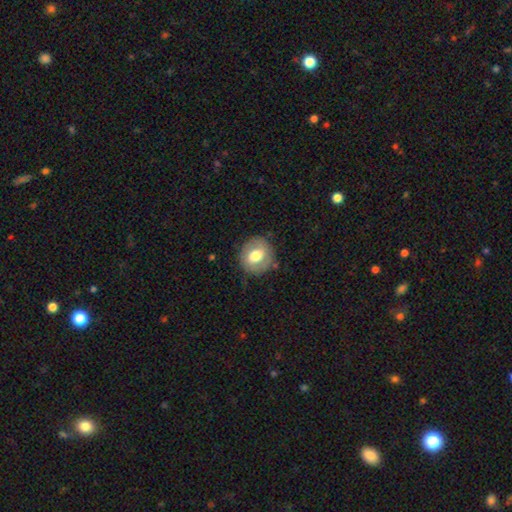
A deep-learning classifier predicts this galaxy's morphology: The model was most divided on "smooth or featured": smooth: 61%, featured or disk: 32%, star or artifact: 7%. More confident: merging — none (81%); how rounded — round (74%).